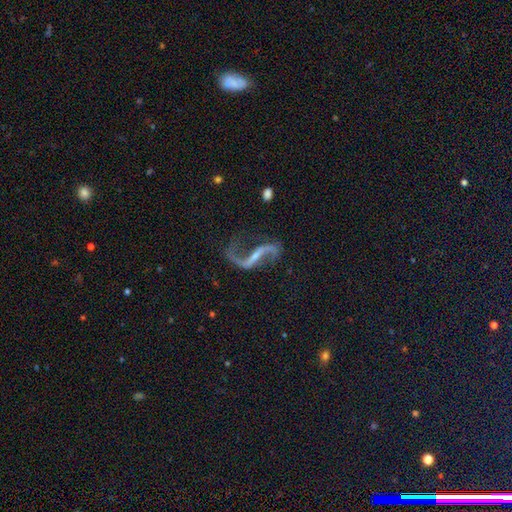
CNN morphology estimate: Overall: featured or disk (91%). Edge-on disk: no (95%). Bar: strong (42%; weak 34%). Spiral arms: yes (96%). Spiral arm count: 2 (91%). Spiral winding: loose (89%). Bulge size: small (67%). Merging: none (66%).